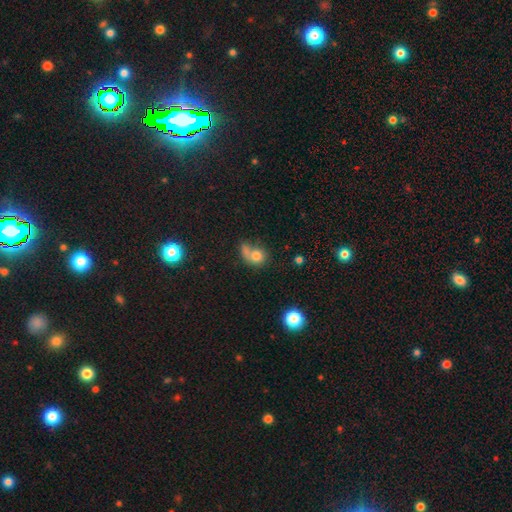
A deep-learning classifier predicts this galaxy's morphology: smooth_or_featured: smooth (p=0.74) [alt: featured or disk p=0.15]
how_rounded: round (p=0.68) [alt: in between p=0.30]
merging: merger (p=0.37) [alt: none p=0.35]